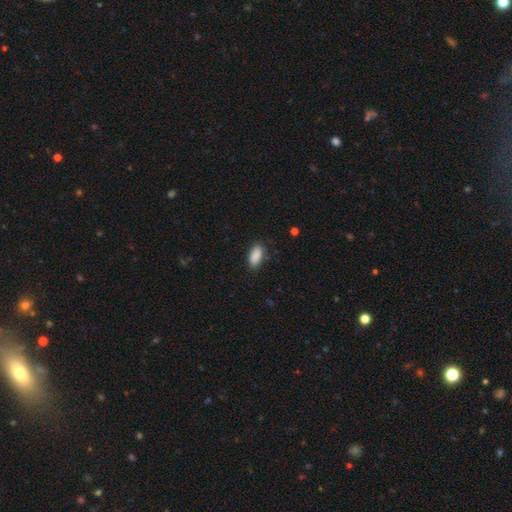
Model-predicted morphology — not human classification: Q: Smooth or featured?
A: smooth (89%); runner-up: star or artifact (7%)
Q: How rounded?
A: in between (89%); runner-up: cigar-shaped (9%)
Q: Merging?
A: none (82%); runner-up: minor disturbance (14%)